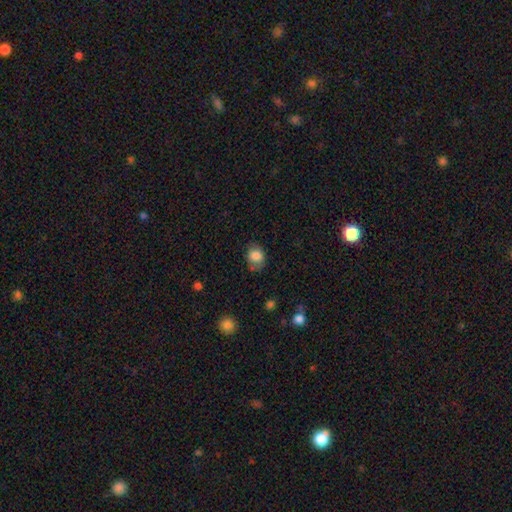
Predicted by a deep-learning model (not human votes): This appears to be a smooth galaxy with no disk features (83%) that is in between round and cigar-shaped (50%). Merging: none (66%).